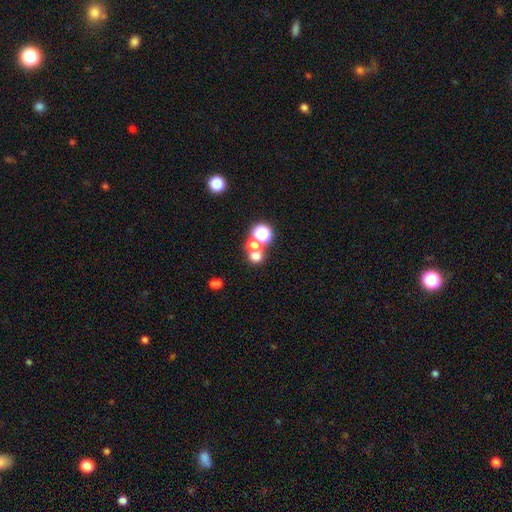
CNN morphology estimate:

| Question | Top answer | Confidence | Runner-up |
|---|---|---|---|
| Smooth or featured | smooth | 63% | star or artifact (26%) |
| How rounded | round | 77% | in between (21%) |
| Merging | none | 51% | merger (38%) |